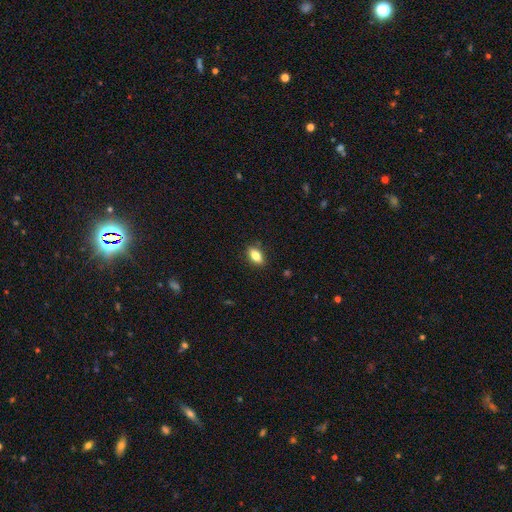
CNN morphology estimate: A smooth galaxy with no disk features (81%) that is in between round and cigar-shaped (86%).

Vote fractions:
- Smooth or featured? smooth: 81% / featured or disk: 11% / star or artifact: 8%
- How rounded? in between: 86% / cigar-shaped: 8% / round: 6%
- Merging? none: 86% / minor disturbance: 10% / major disturbance: 2% / merger: 1%